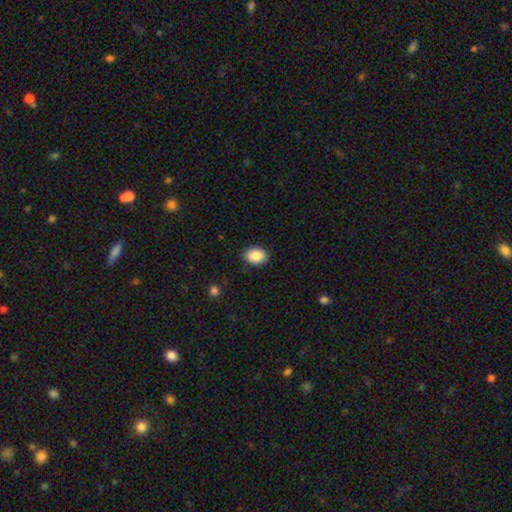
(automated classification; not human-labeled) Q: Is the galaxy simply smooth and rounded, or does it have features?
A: smooth — 89%.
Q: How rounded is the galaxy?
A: in between — 80%.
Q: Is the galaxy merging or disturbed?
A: none — 89%.